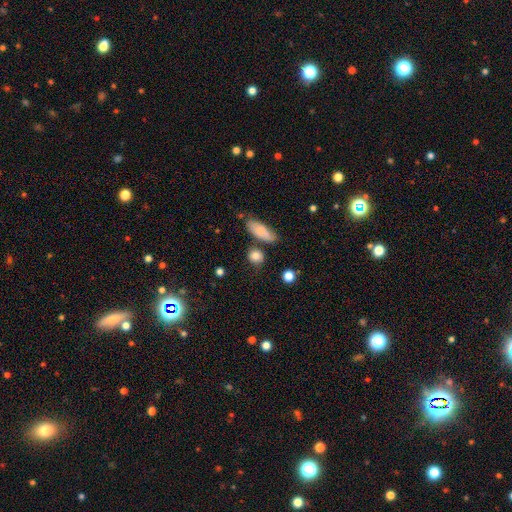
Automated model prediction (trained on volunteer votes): Overall: smooth (82%). How rounded: round (71%). Merging: none (73%).